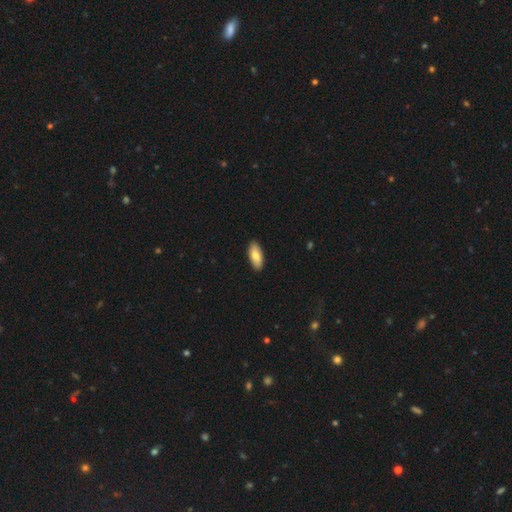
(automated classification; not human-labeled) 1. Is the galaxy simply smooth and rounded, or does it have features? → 81% smooth, 14% featured or disk, 5% star or artifact.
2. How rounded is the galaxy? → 85% in between, 13% cigar-shaped, 2% round.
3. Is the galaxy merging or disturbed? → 90% none, 7% minor disturbance, 1% major disturbance, 1% merger.